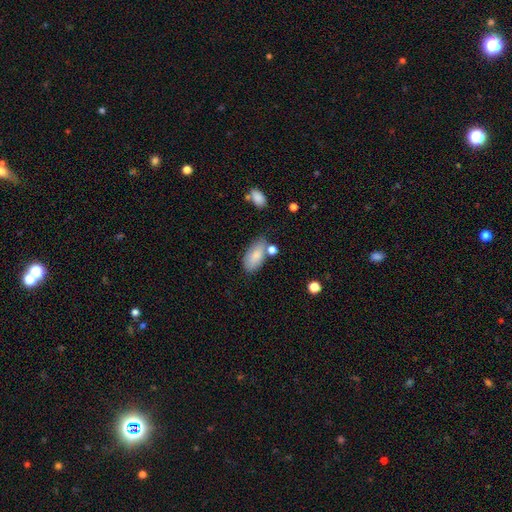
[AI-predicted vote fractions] Overall: smooth (82%). How rounded: in between (92%). Merging: none (58%; minor disturbance 24%).